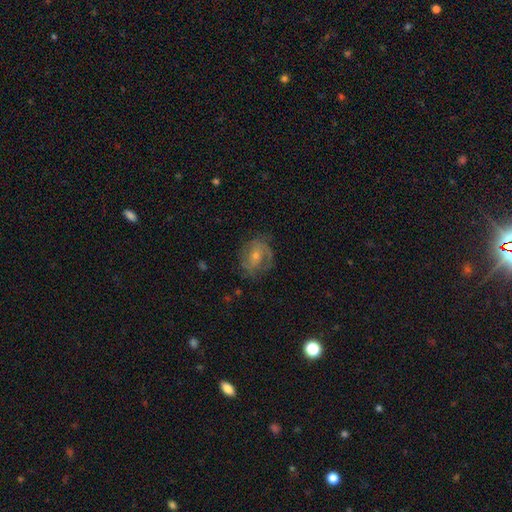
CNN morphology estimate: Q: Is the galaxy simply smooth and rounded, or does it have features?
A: featured or disk — 71%.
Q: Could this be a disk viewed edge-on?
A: no — 97%.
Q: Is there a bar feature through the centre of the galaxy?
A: no — 53%.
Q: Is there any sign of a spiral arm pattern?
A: yes — 89%.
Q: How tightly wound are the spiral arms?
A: tight — 45%.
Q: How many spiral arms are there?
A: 2 — 50%.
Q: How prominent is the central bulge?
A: small — 52%.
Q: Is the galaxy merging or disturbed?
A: none — 74%.